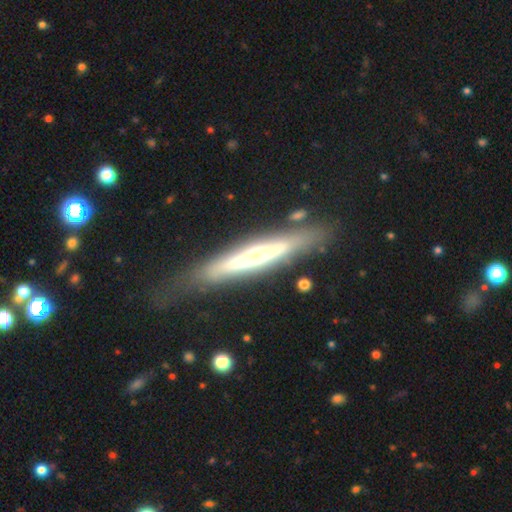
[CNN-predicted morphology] Smooth or featured: featured or disk — 67% (smooth — 27%)
Edge-on disk: yes — 85% (no — 15%)
Edge-on bulge: rounded — 66% (none — 21%)
Merging: none — 70% (minor disturbance — 19%)